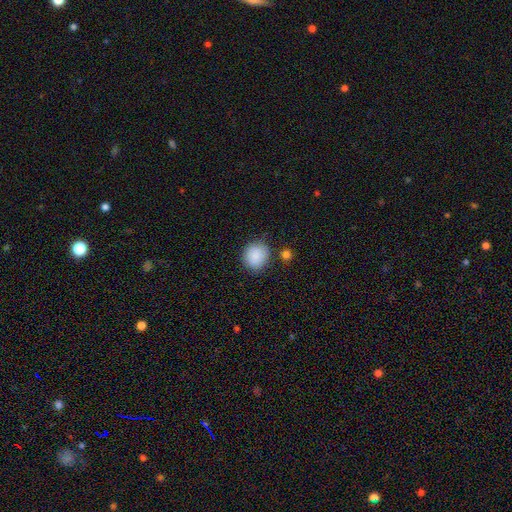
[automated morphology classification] This is clearly a smooth galaxy (89%). How rounded: likely round (76%). Merging: likely none (77%).